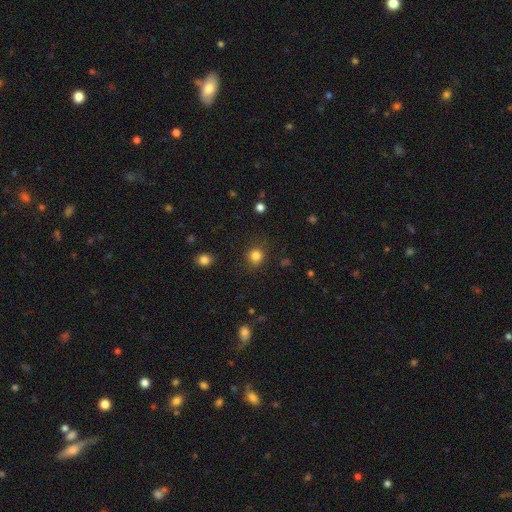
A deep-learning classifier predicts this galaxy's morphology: type=smooth (83%); roundness=round (84%); merging=none (81%).